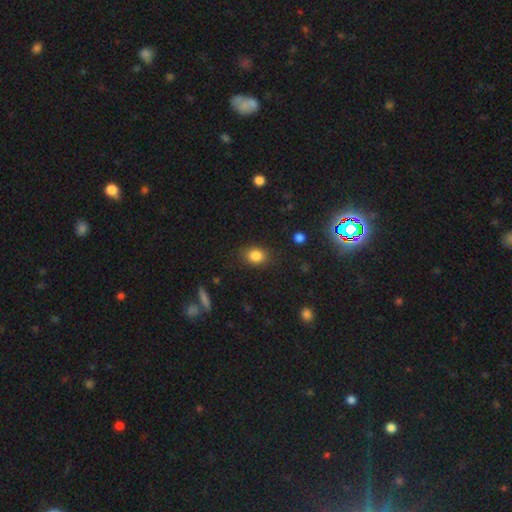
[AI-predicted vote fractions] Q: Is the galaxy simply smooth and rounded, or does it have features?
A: smooth — 84%.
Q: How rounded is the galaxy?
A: in between — 60%.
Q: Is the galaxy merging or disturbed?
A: none — 83%.